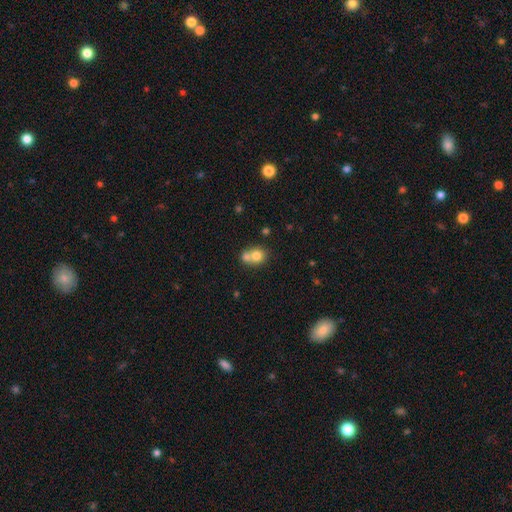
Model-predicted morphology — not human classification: smooth 73%, featured or disk 16%, star or artifact 11%. Down the decision tree: how rounded — round (74%); merging — merger (58%).